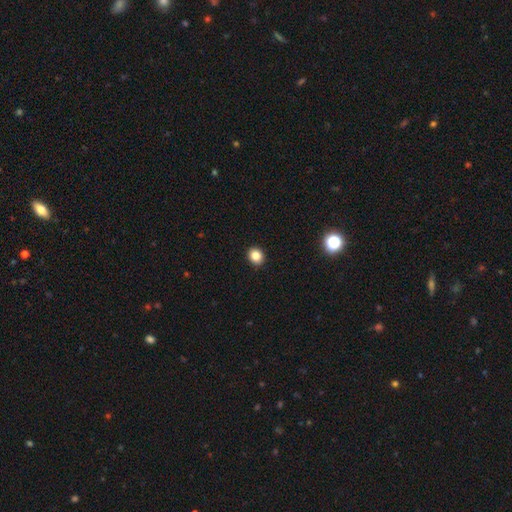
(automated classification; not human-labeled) Morphology: type=smooth (83%); roundness=round (75%); merging=none (92%).